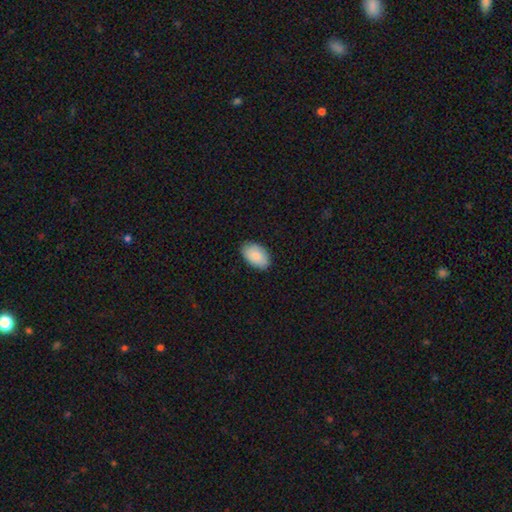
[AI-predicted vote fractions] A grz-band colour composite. It shows a smooth galaxy with no disk features (87%) that is in between round and cigar-shaped (94%). Merging: none (86%).